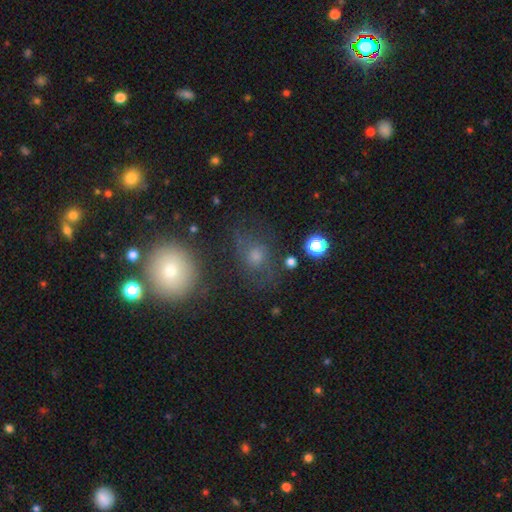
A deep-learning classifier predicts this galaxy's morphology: smooth 44%, star or artifact 34%, featured or disk 22%. Down the decision tree: merging — none (70%).